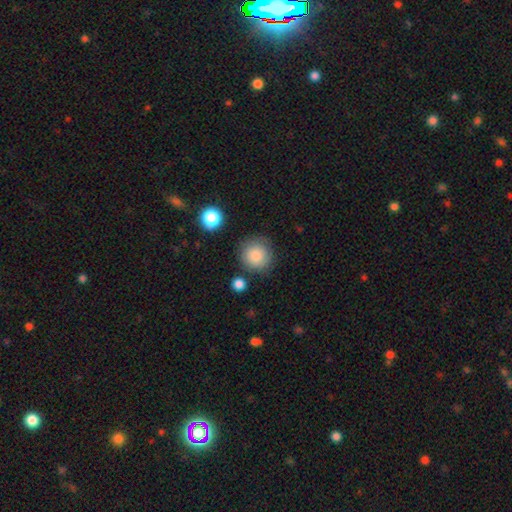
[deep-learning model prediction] smooth 85%, star or artifact 8%, featured or disk 7%. Down the decision tree: how rounded — round (93%); merging — none (79%).